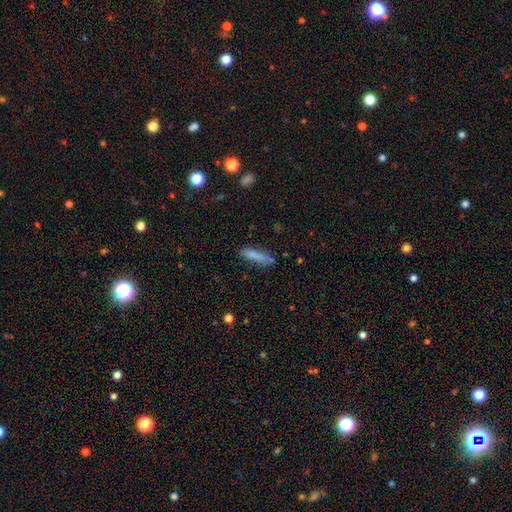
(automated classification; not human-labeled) Smooth or featured?
  - smooth: 78% *
  - featured or disk: 14%
  - star or artifact: 8%
How rounded?
  - cigar-shaped: 79% *
  - in between: 19%
  - round: 2%
Merging?
  - none: 69% *
  - minor disturbance: 20%
  - merger: 6%
  - major disturbance: 5%